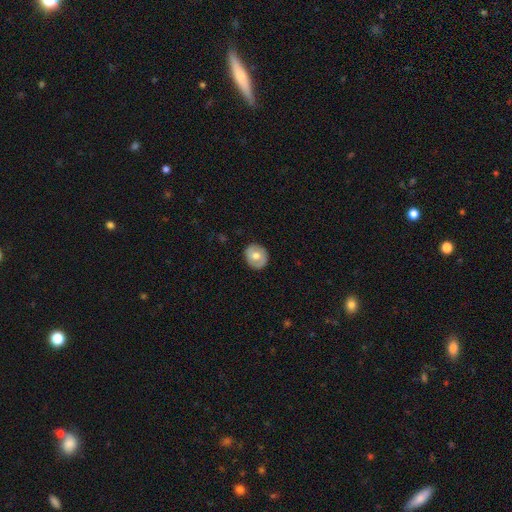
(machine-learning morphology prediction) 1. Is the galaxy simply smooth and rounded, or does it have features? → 59% smooth, 34% featured or disk, 7% star or artifact.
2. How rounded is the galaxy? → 76% round, 23% in between, 1% cigar-shaped.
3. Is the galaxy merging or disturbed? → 87% none, 10% minor disturbance, 2% major disturbance, 1% merger.